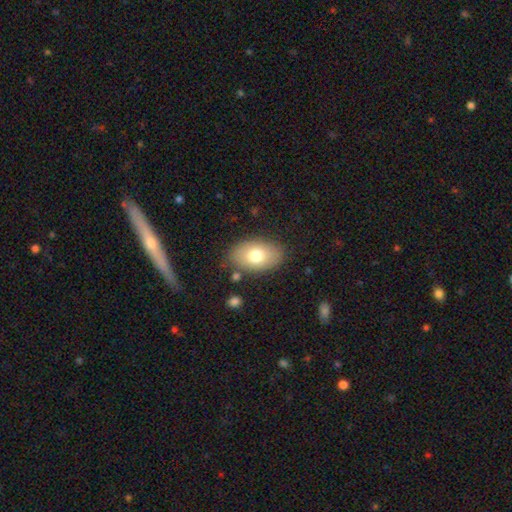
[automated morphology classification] A smooth galaxy with no disk features (74%) that is in between round and cigar-shaped (89%).

Vote fractions:
- Smooth or featured? smooth: 74% / featured or disk: 18% / star or artifact: 8%
- How rounded? in between: 89% / round: 10% / cigar-shaped: 1%
- Merging? none: 82% / minor disturbance: 12% / major disturbance: 4% / merger: 3%